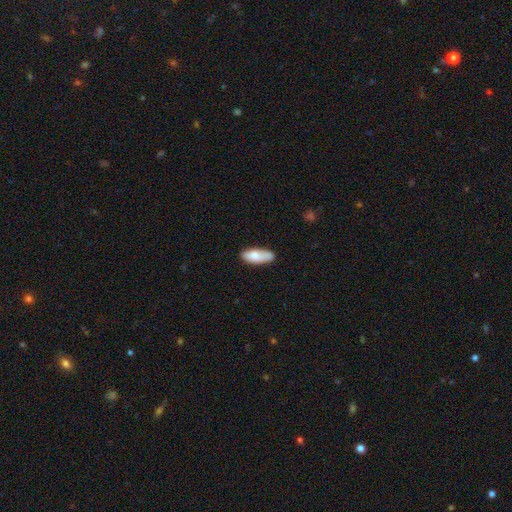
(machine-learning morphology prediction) A smooth galaxy with no disk features (79%) that is in between round and cigar-shaped (79%). Merging: none (68%).